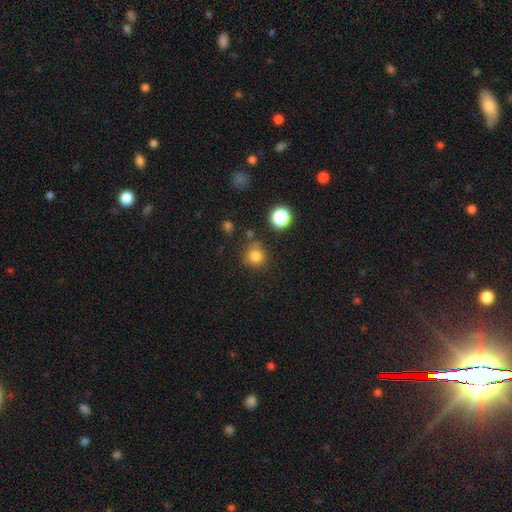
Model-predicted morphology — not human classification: Smooth or featured? smooth (80%)
How rounded? round (89%)
Merging? none (76%)